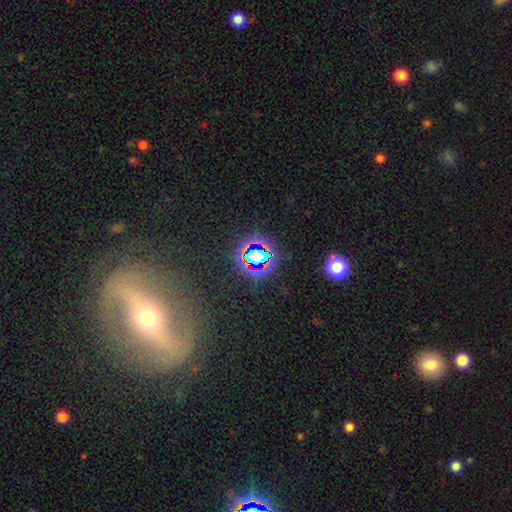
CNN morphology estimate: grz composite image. It shows a star or artifact, not a galaxy (69%).